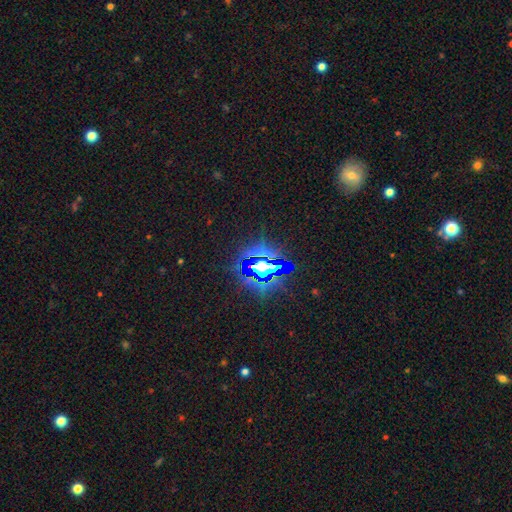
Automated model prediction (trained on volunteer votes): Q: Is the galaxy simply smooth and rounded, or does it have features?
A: star or artifact — 75%.